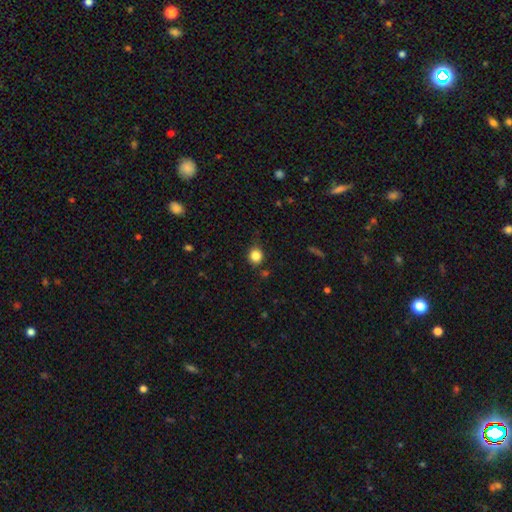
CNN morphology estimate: This is clearly a smooth galaxy (84%). How rounded: clearly round (84%). Merging: likely none (78%).